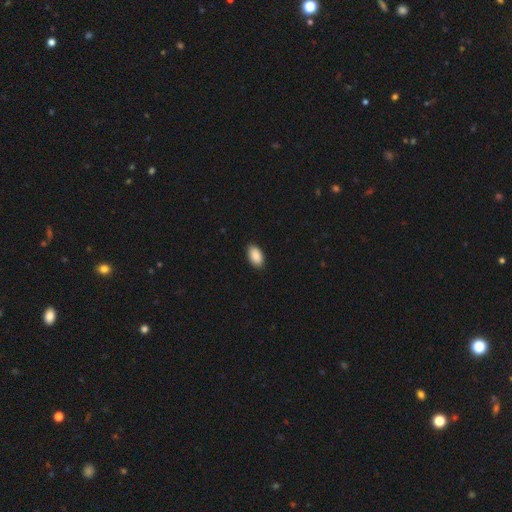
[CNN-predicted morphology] A smooth galaxy with no disk features (90%) that is in between round and cigar-shaped (95%). Merging: none (89%).